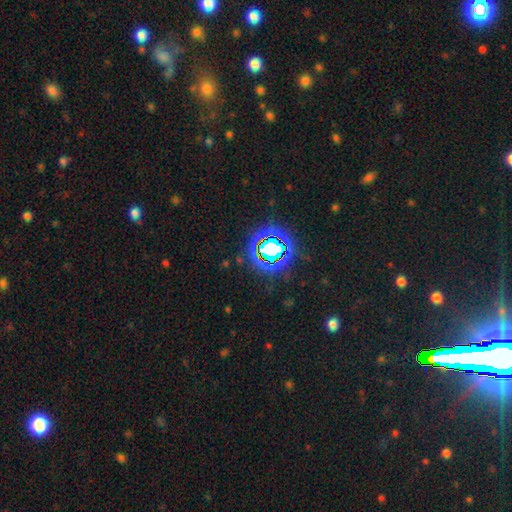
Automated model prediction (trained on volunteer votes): Morphology: type=star or artifact (79%).